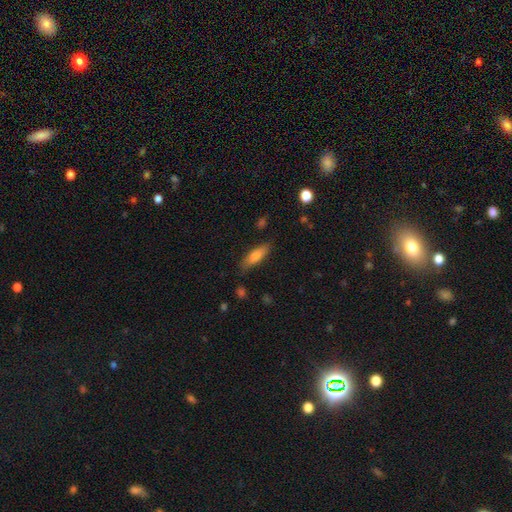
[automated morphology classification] Overall: smooth (78%). How rounded: cigar-shaped (50%; in between 48%). Merging: none (79%).